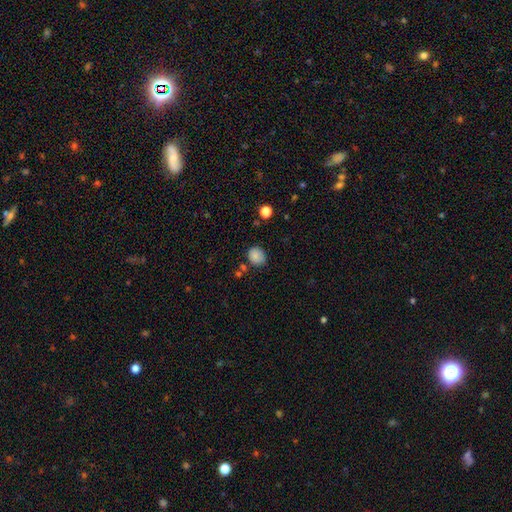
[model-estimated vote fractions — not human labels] Smooth or featured? Predicted: smooth (p=0.83). How rounded? Predicted: round (p=0.69). Merging? Predicted: none (p=0.72).